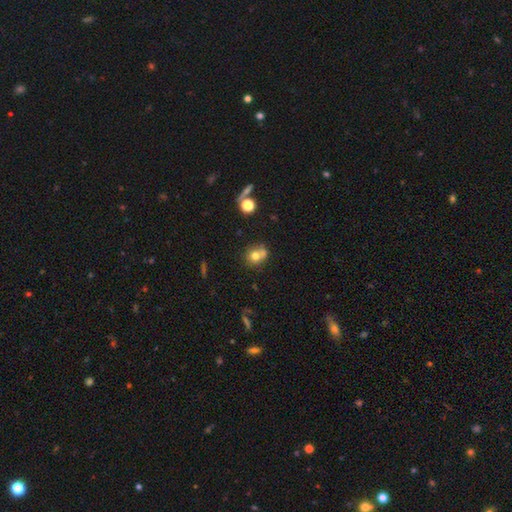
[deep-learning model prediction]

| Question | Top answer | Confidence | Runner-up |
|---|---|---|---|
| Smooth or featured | smooth | 72% | featured or disk (15%) |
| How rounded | round | 73% | in between (26%) |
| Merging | none | 46% | merger (35%) |